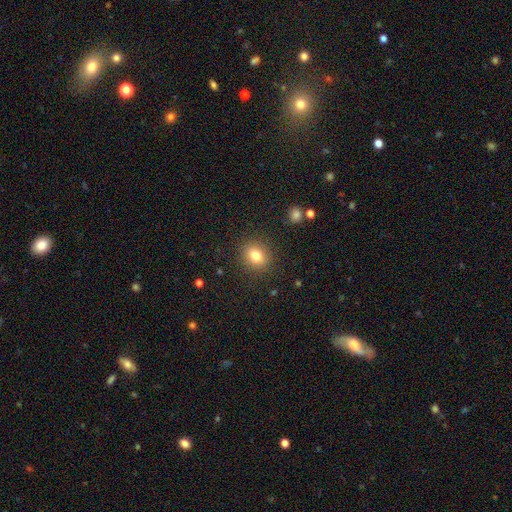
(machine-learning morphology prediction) smooth-or-featured: smooth: 80% | star or artifact: 11% | featured or disk: 8%
  how-rounded: round: 64% | in between: 35% | cigar-shaped: 1%
  merging: none: 88% | minor disturbance: 8% | major disturbance: 3% | merger: 1%